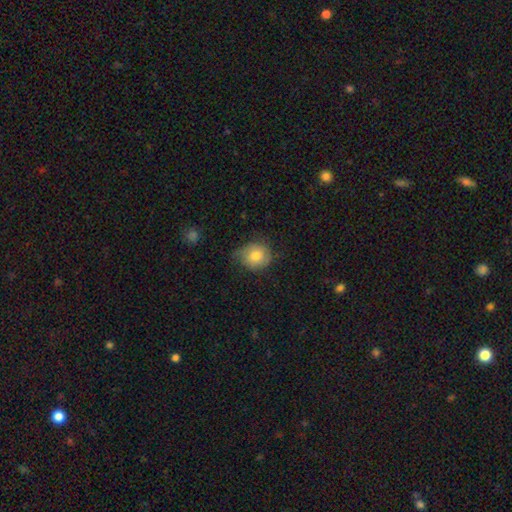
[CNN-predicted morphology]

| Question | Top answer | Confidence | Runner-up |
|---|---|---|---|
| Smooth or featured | smooth | 76% | featured or disk (17%) |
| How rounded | round | 78% | in between (21%) |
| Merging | none | 55% | minor disturbance (34%) |